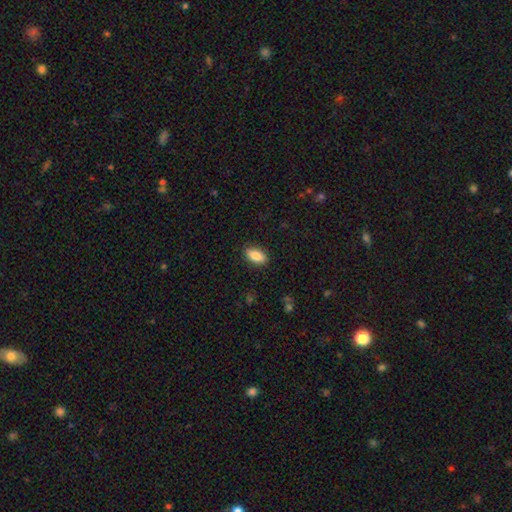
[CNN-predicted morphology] Smooth or featured: smooth — 87% (star or artifact — 7%)
How rounded: in between — 91% (cigar-shaped — 6%)
Merging: none — 88% (minor disturbance — 9%)